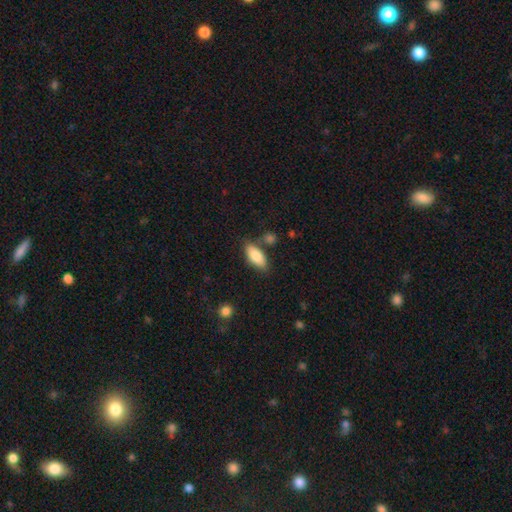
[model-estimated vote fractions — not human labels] Smooth or featured? Predicted: smooth (p=0.84). How rounded? Predicted: in between (p=0.84). Merging? Predicted: none (p=0.74).